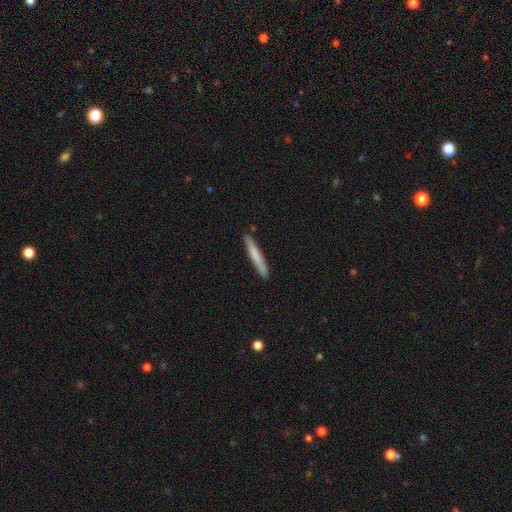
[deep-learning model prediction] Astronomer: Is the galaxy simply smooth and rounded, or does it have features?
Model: smooth — 71%.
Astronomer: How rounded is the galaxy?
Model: cigar-shaped — 96%.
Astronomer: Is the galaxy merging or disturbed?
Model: none — 90%.